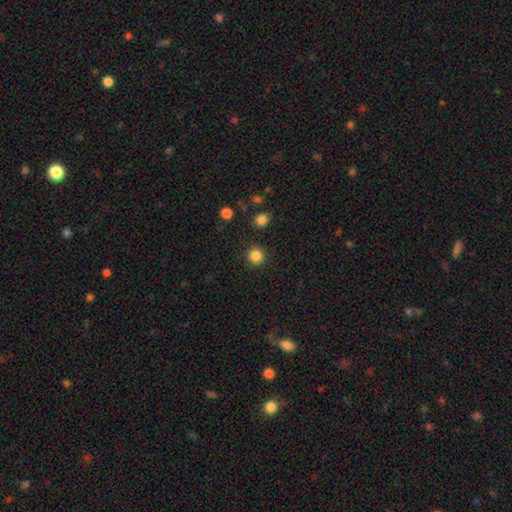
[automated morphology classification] Smooth or featured: smooth — 85% (star or artifact — 12%)
How rounded: round — 94% (in between — 5%)
Merging: none — 90% (minor disturbance — 6%)